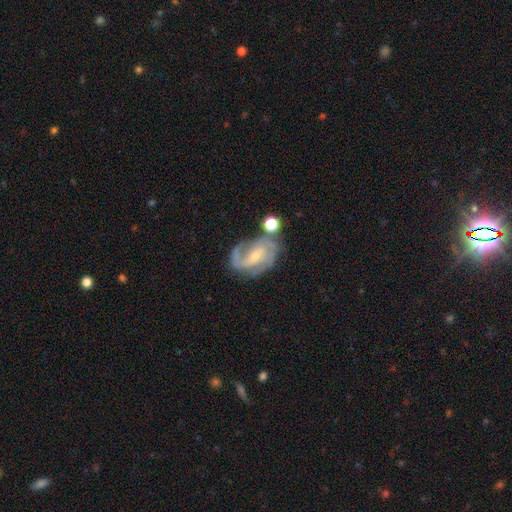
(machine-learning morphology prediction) A featured or disk galaxy (84%) with a weak bar (47%), 2 (57%) medium (49%) spiral arms (94%) and a small central bulge (66%).

Vote fractions:
- Smooth or featured? featured or disk: 84% / smooth: 10% / star or artifact: 6%
- Edge-on disk? no: 97% / yes: 3%
- Bar? weak: 47% / no: 32% / strong: 21%
- Spiral arms? yes: 94% / no: 6%
- Spiral winding? medium: 49% / tight: 29% / loose: 22%
- Spiral arm count? 2: 57% / can't tell: 15% / 3: 15% / 1: 7% / 4: 3% / more than 4: 3%
- Bulge size? small: 66% / moderate: 29% / none: 3% / large: 1% / dominant: 1%
- Merging? none: 54% / minor disturbance: 21% / major disturbance: 13% / merger: 12%